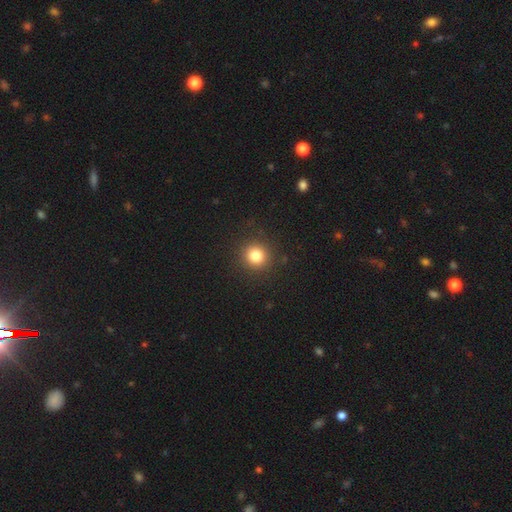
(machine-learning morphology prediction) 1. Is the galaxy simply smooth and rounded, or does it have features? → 82% smooth, 13% star or artifact, 6% featured or disk.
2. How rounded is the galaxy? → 93% round, 6% in between, 1% cigar-shaped.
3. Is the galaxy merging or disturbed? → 91% none, 6% minor disturbance, 2% major disturbance, 1% merger.